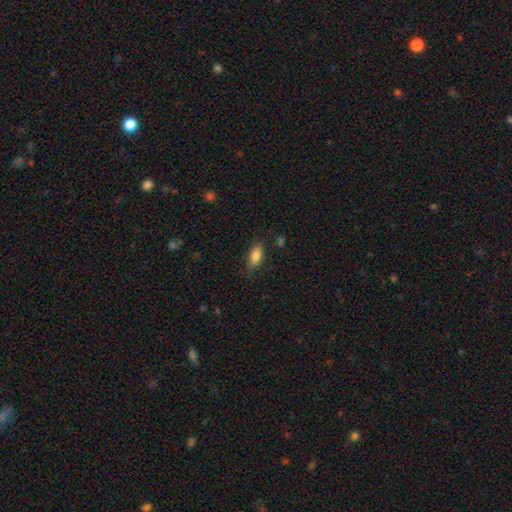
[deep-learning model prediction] This is clearly a smooth galaxy (83%). How rounded: clearly in between (84%). Merging: likely none (79%).